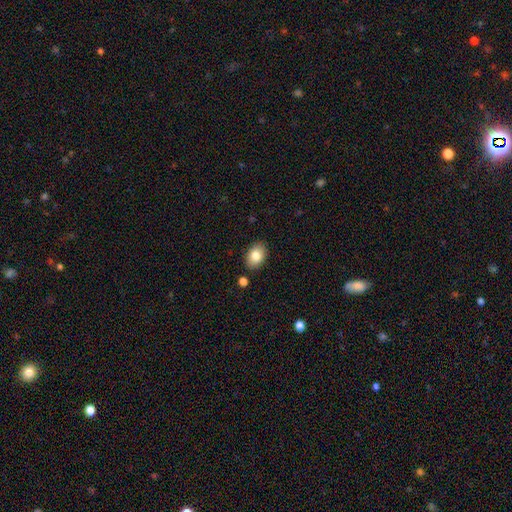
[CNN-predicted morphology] Overall: smooth (82%). How rounded: in between (83%). Merging: none (86%).